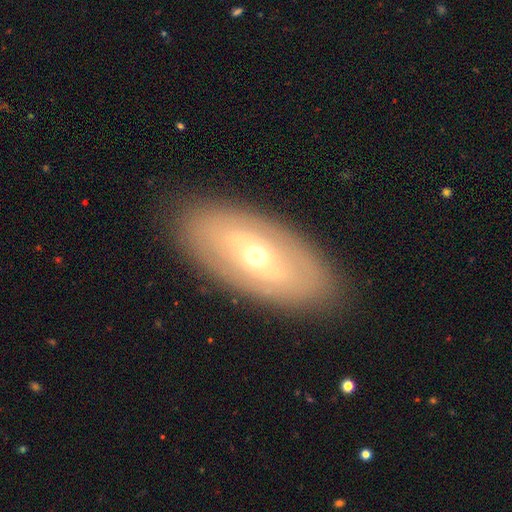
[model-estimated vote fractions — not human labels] This appears to be a featured or disk galaxy (62%) with no bar (54%), no spiral arms (67%) and a moderate central bulge (63%). Merging: none (86%).